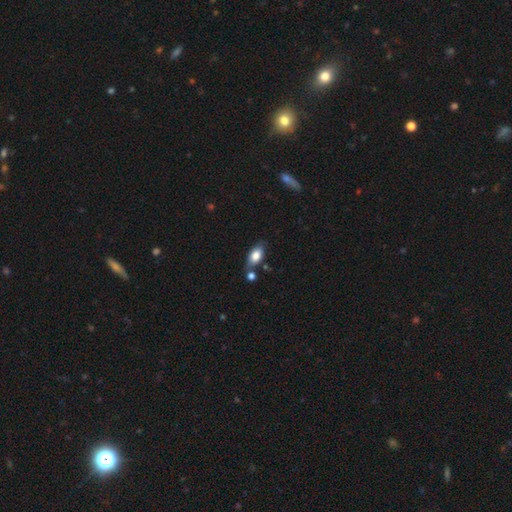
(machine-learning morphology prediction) smooth_or_featured: smooth (p=0.80) [alt: featured or disk p=0.13]
how_rounded: in between (p=0.89) [alt: cigar-shaped p=0.06]
merging: none (p=0.67) [alt: minor disturbance p=0.17]